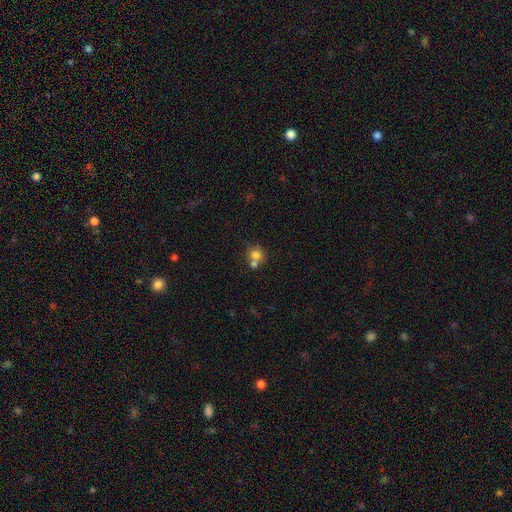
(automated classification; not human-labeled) The model was most divided on "merging": none: 46%, merger: 41%, minor disturbance: 9%, major disturbance: 4%. More confident: how rounded — round (81%); smooth or featured — smooth (76%).